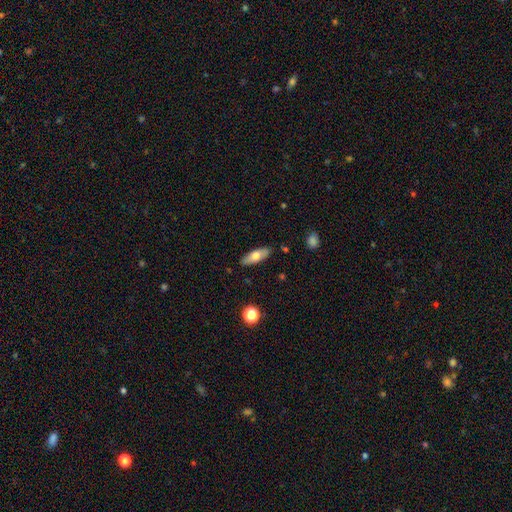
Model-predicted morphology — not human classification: This is likely a smooth galaxy (65%). How rounded: likely in between (65%). Merging: clearly none (86%).